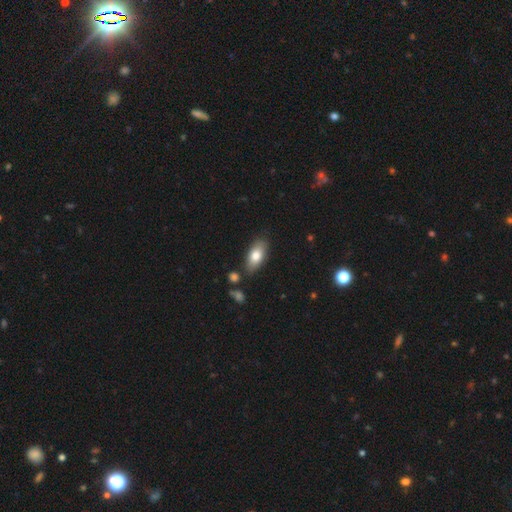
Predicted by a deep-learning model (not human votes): smooth-or-featured: smooth: 77% | featured or disk: 16% | star or artifact: 6%
  how-rounded: in between: 88% | cigar-shaped: 9% | round: 3%
  merging: none: 81% | minor disturbance: 12% | merger: 4% | major disturbance: 3%